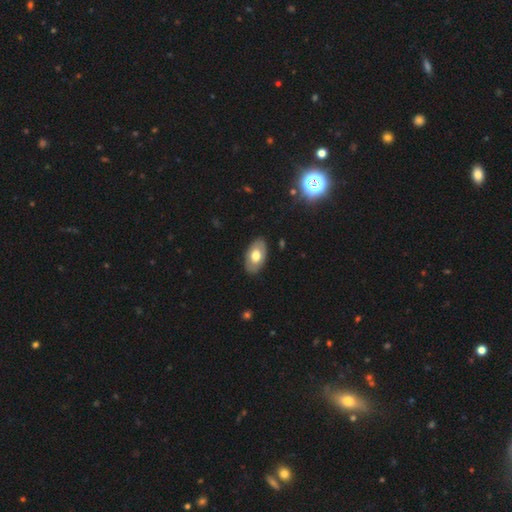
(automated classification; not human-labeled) Overall: smooth (57%; featured or disk 37%). How rounded: in between (92%). Merging: none (85%).